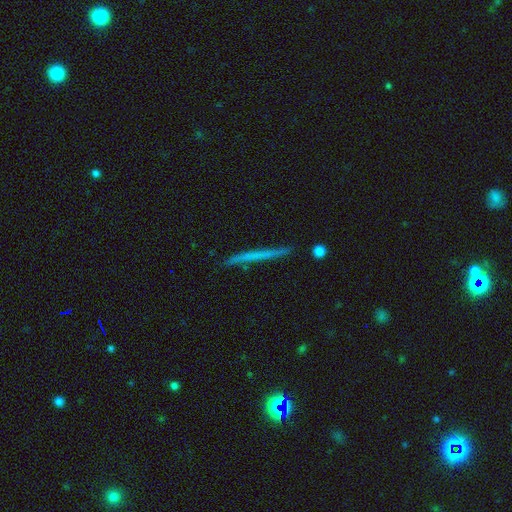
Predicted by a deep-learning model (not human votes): This appears to be a featured or disk galaxy (48%). Merging: none (85%).